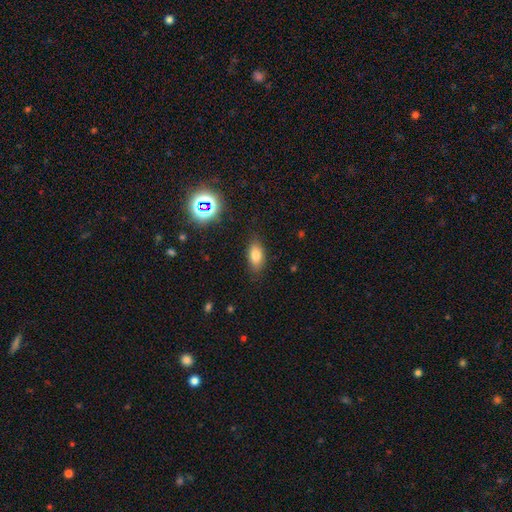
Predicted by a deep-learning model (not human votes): smooth-or-featured: smooth: 77% | star or artifact: 13% | featured or disk: 11%
  how-rounded: in between: 86% | cigar-shaped: 8% | round: 6%
  merging: none: 84% | minor disturbance: 12% | major disturbance: 3% | merger: 1%